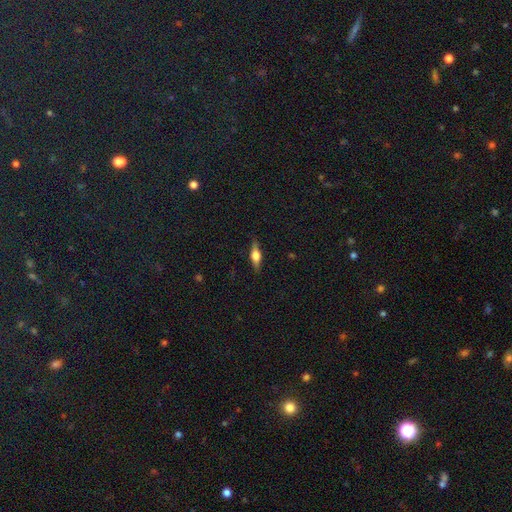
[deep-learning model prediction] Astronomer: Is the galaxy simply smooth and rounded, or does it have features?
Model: featured or disk — 55% (runner-up: smooth, 37%).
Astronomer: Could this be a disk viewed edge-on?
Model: yes — 95%.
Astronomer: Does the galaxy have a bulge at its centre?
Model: rounded — 91%.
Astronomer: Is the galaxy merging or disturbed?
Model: none — 87%.